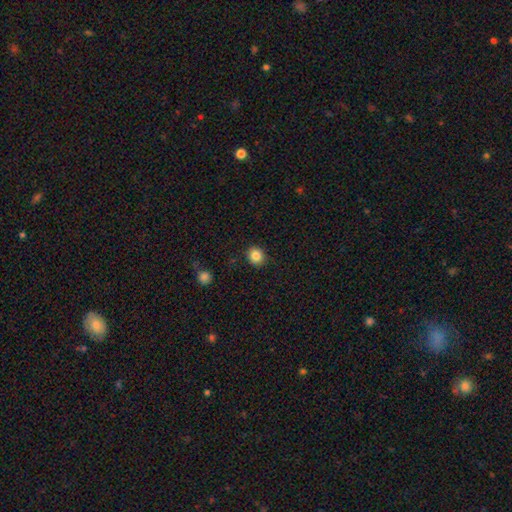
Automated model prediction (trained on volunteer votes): smooth_or_featured: smooth (p=0.85) [alt: star or artifact p=0.10]
how_rounded: round (p=0.79) [alt: in between p=0.20]
merging: none (p=0.90) [alt: minor disturbance p=0.07]